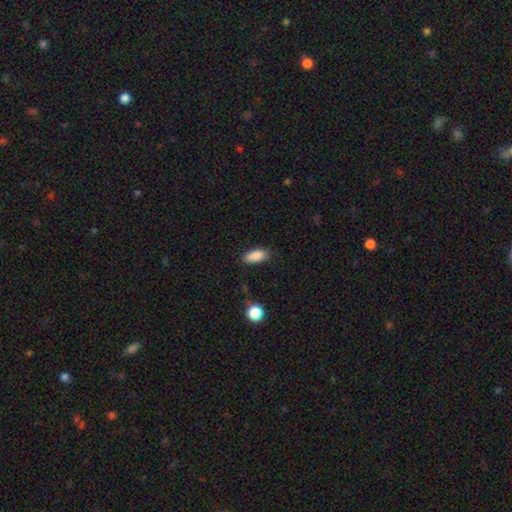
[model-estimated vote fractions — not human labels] This appears to be a smooth galaxy with no disk features (87%) that is in between round and cigar-shaped (87%). Merging: none (82%).